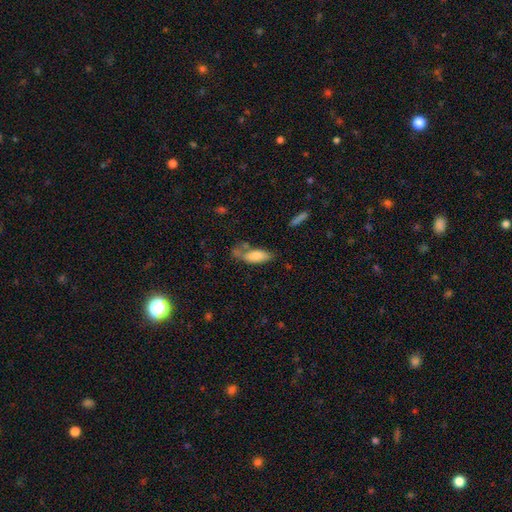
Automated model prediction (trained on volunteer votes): Q: Smooth or featured?
A: smooth (80%); runner-up: featured or disk (13%)
Q: How rounded?
A: in between (71%); runner-up: cigar-shaped (26%)
Q: Merging?
A: none (43%); runner-up: minor disturbance (26%)